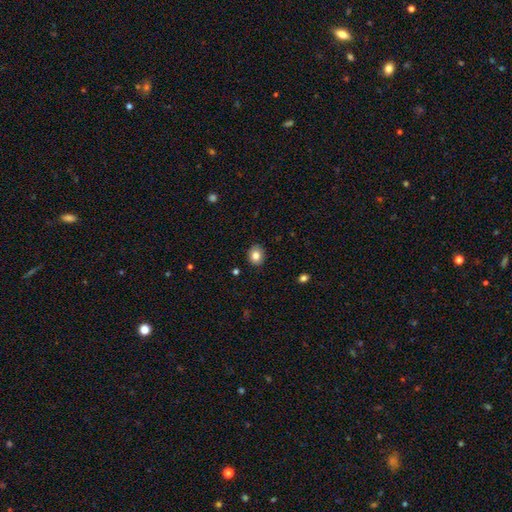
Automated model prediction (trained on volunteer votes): Smooth or featured? Predicted: smooth (p=0.82). How rounded? Predicted: round (p=0.65). Merging? Predicted: none (p=0.88).